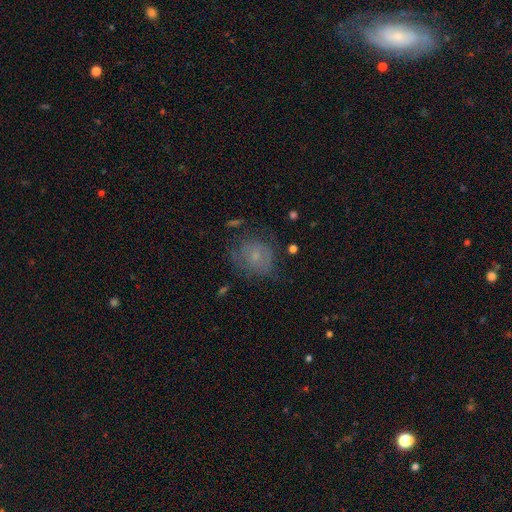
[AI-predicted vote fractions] The model was most divided on "smooth or featured": smooth: 52%, featured or disk: 34%, star or artifact: 14%. More confident: how rounded — round (69%); merging — none (59%).